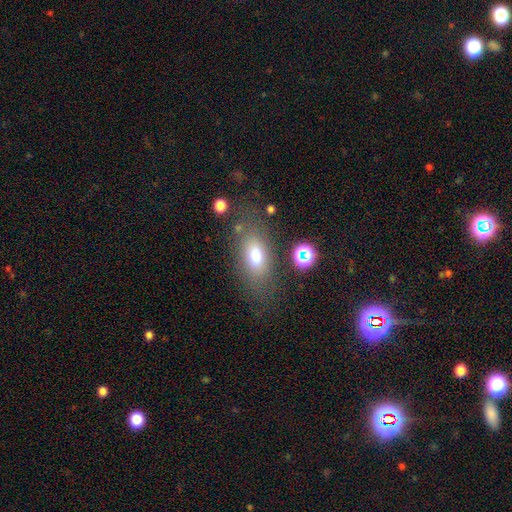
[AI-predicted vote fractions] Q: Smooth or featured?
A: smooth (73%); runner-up: featured or disk (15%)
Q: How rounded?
A: in between (82%); runner-up: round (10%)
Q: Merging?
A: none (70%); runner-up: minor disturbance (16%)